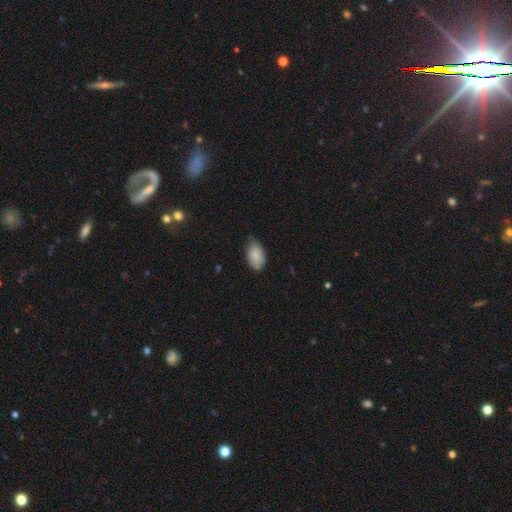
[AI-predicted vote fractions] Q: Smooth or featured?
A: smooth (86%); runner-up: featured or disk (8%)
Q: How rounded?
A: in between (93%); runner-up: round (6%)
Q: Merging?
A: none (64%); runner-up: minor disturbance (31%)